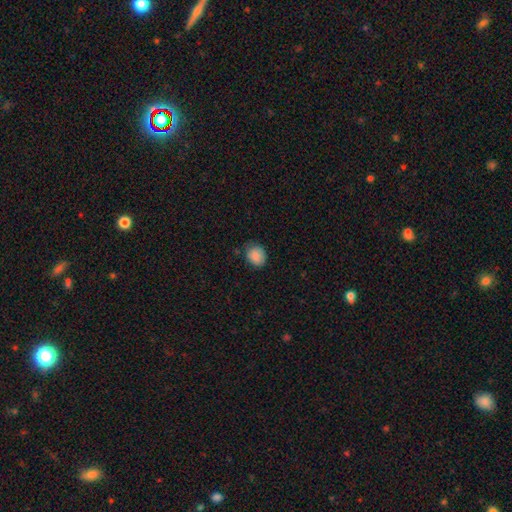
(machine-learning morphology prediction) This appears to be a smooth galaxy with no disk features (87%) that is round (62%). Merging: none (73%).